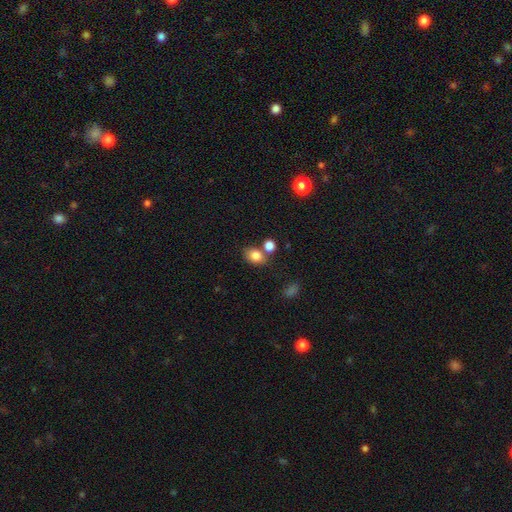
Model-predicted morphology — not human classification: This appears to be a smooth galaxy with no disk features (82%) that is in between round and cigar-shaped (65%). Merging: none (59%).